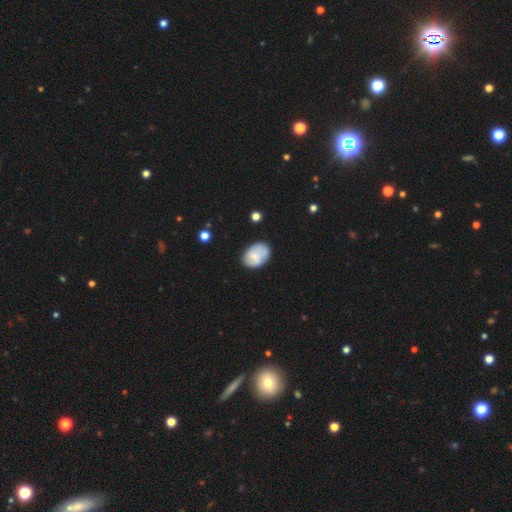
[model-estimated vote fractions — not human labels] This appears to be a smooth galaxy with no disk features (64%) that is in between round and cigar-shaped (76%). Merging: none (70%).